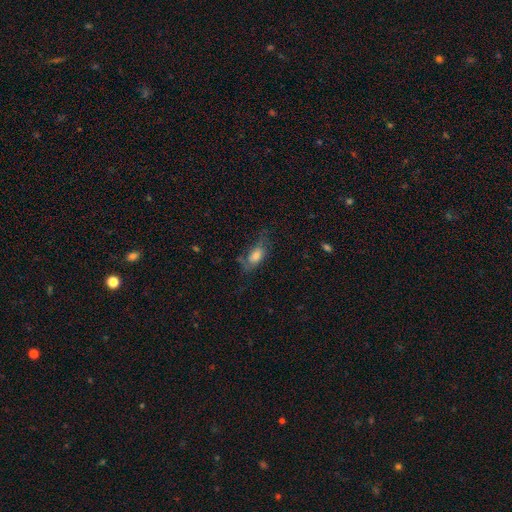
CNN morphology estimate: This is possibly a smooth galaxy (56%). How rounded: likely in between (79%). Merging: marginally none (45%).